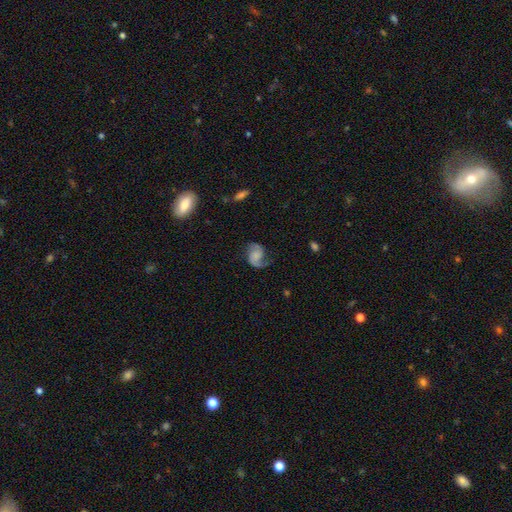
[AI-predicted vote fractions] smooth-or-featured: featured or disk: 79% | smooth: 14% | star or artifact: 7%
  disk-edge-on: no: 98% | yes: 2%
    bar: no: 65% | weak: 29% | strong: 6%
    has-spiral-arms: yes: 96% | no: 4%
      spiral-winding: medium: 46% | loose: 38% | tight: 16%
      spiral-arm-count: 2: 85% | 1: 10% | can't tell: 3% | 3: 1% | 4: 1% | more than 4: 1%
    bulge-size: none: 39% | small: 24% | moderate: 22% | large: 11% | dominant: 3%
  merging: none: 68% | minor disturbance: 19% | major disturbance: 11% | merger: 2%